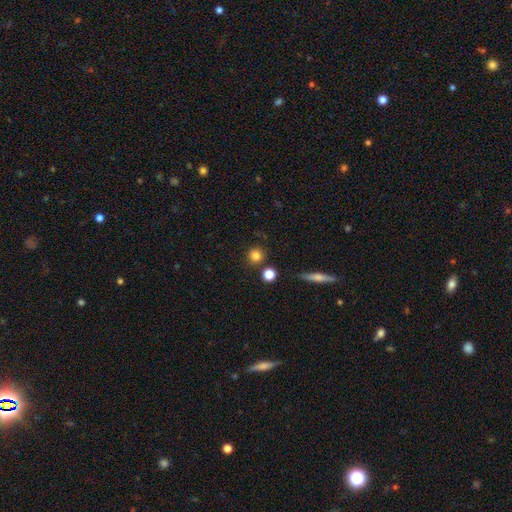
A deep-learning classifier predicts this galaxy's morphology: Smooth or featured? smooth (82%)
How rounded? round (92%)
Merging? none (82%)